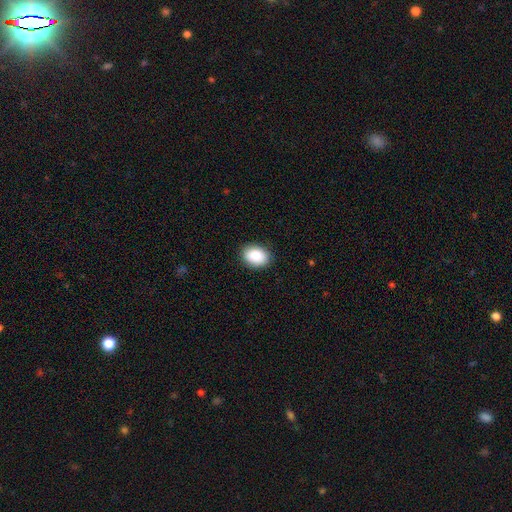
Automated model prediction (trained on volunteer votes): A smooth galaxy with no disk features (88%) that is in between round and cigar-shaped (76%).

Vote fractions:
- Smooth or featured? smooth: 88% / star or artifact: 7% / featured or disk: 5%
- How rounded? in between: 76% / round: 23% / cigar-shaped: 1%
- Merging? none: 88% / minor disturbance: 9% / major disturbance: 2% / merger: 1%